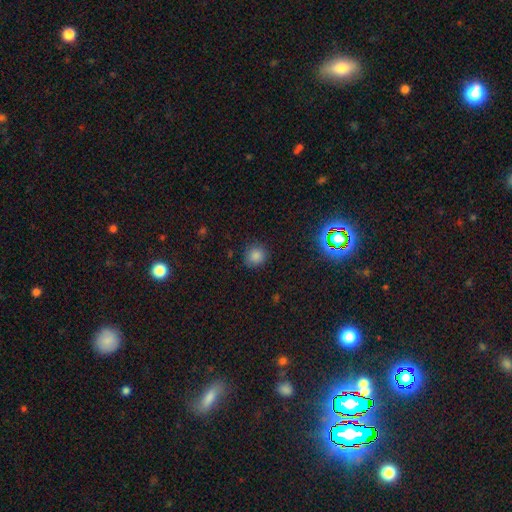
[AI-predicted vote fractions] smooth-or-featured: smooth: 80% | star or artifact: 15% | featured or disk: 5%
  how-rounded: round: 89% | in between: 10% | cigar-shaped: 1%
  merging: none: 84% | minor disturbance: 12% | major disturbance: 3% | merger: 1%